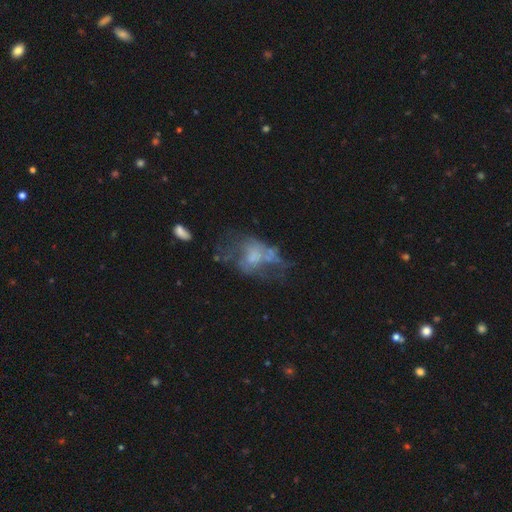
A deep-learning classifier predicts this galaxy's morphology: smooth_or_featured: featured or disk (p=0.56) [alt: smooth p=0.30]
disk_edge_on: no (p=0.97) [alt: yes p=0.03]
bar: no (p=0.84) [alt: weak p=0.14]
has_spiral_arms: no (p=0.79) [alt: yes p=0.21]
bulge_size: none (p=0.33) [alt: small p=0.30]
merging: major disturbance (p=0.38) [alt: none p=0.29]